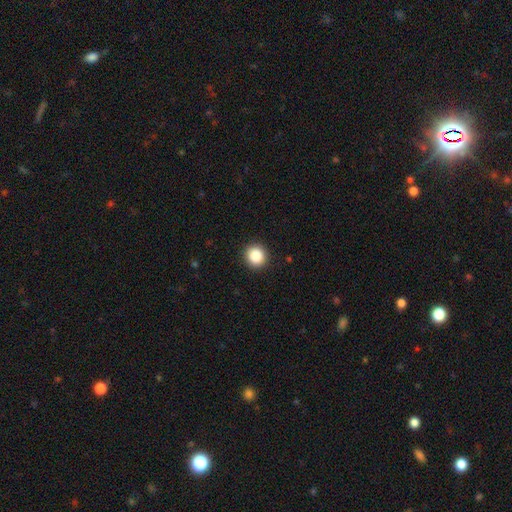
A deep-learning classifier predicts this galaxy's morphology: Smooth or featured?
  - smooth: 88% *
  - star or artifact: 10%
  - featured or disk: 3%
How rounded?
  - round: 91% *
  - in between: 8%
  - cigar-shaped: 1%
Merging?
  - none: 92% *
  - minor disturbance: 6%
  - major disturbance: 2%
  - merger: 1%